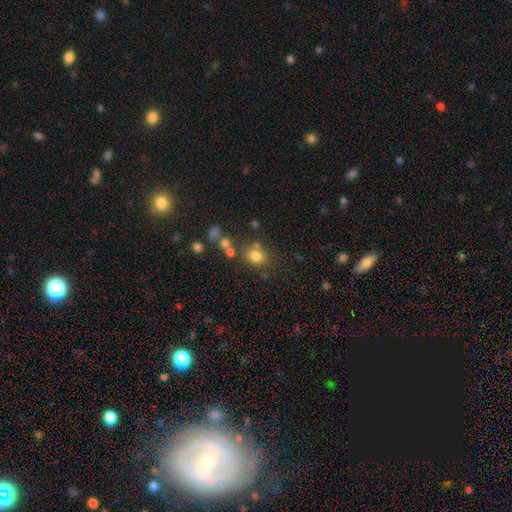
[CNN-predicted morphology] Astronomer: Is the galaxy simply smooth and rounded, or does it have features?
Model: smooth — 77%.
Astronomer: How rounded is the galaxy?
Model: round — 69%.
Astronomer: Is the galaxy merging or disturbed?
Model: none — 68%.